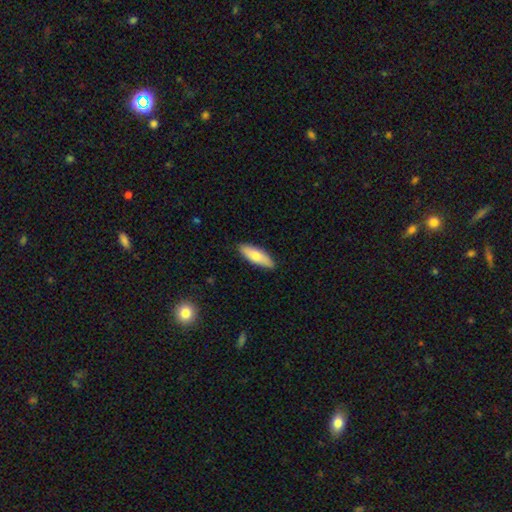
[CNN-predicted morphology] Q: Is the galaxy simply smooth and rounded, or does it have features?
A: smooth — 72%.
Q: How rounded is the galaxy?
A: in between — 54%.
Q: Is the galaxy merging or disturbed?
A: none — 89%.